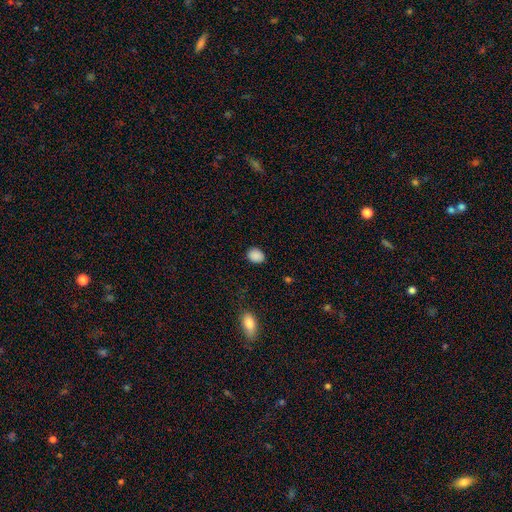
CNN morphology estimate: This is clearly a smooth galaxy (88%). How rounded: likely in between (62%). Merging: clearly none (87%).